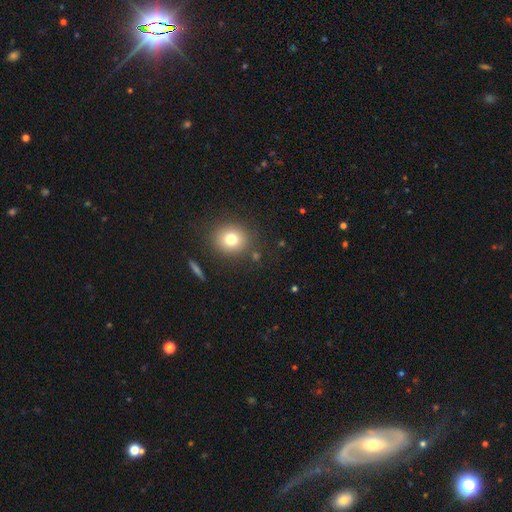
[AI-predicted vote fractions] This is likely a smooth galaxy (70%). How rounded: clearly round (85%). Merging: clearly none (86%).